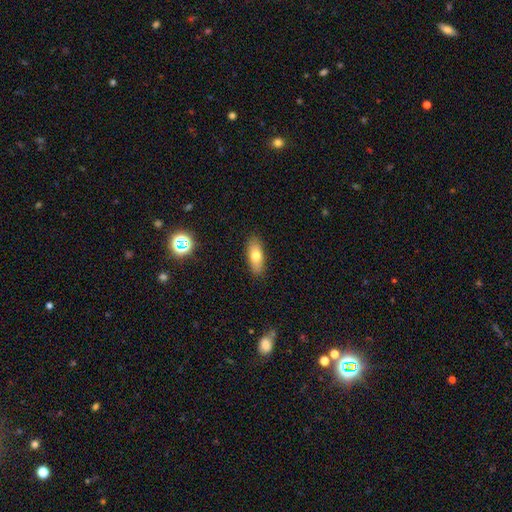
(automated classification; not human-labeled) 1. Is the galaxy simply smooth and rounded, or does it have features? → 72% smooth, 20% featured or disk, 8% star or artifact.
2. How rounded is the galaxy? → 73% in between, 23% cigar-shaped, 3% round.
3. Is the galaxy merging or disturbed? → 88% none, 9% minor disturbance, 2% major disturbance, 1% merger.